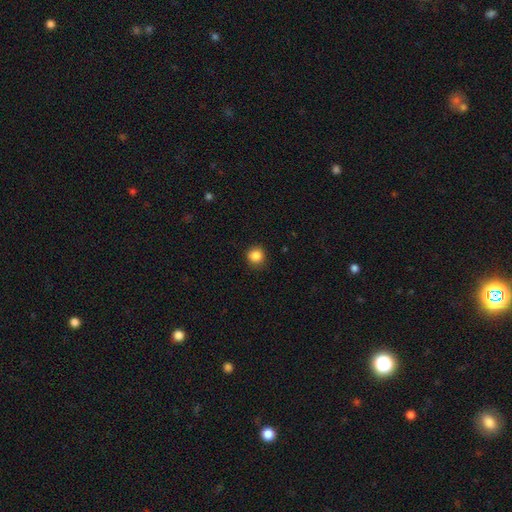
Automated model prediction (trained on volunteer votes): The model was most divided on "smooth or featured": smooth: 86%, star or artifact: 11%, featured or disk: 3%. More confident: how rounded — round (91%); merging — none (88%).